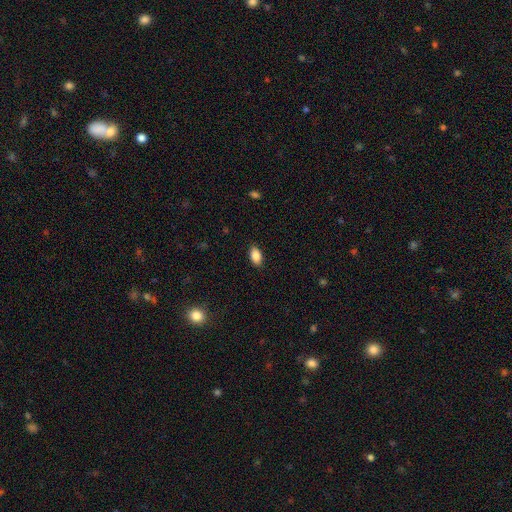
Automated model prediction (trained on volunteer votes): smooth_or_featured: smooth (p=0.88) [alt: star or artifact p=0.08]
how_rounded: in between (p=0.93) [alt: round p=0.05]
merging: none (p=0.88) [alt: minor disturbance p=0.09]